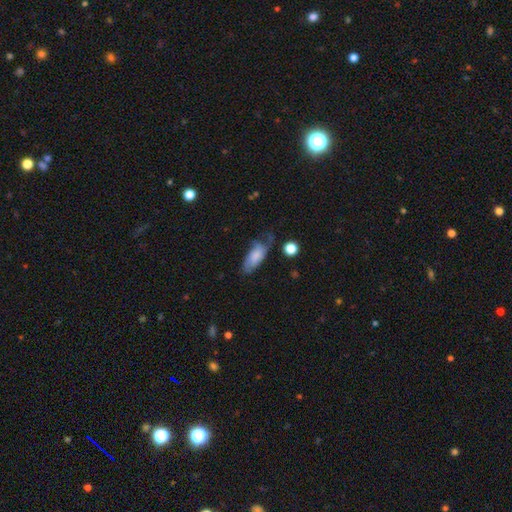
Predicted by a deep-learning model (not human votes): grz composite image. It shows a smooth galaxy with no disk features (56%) that is in between round and cigar-shaped (83%). Merging: none (41%).